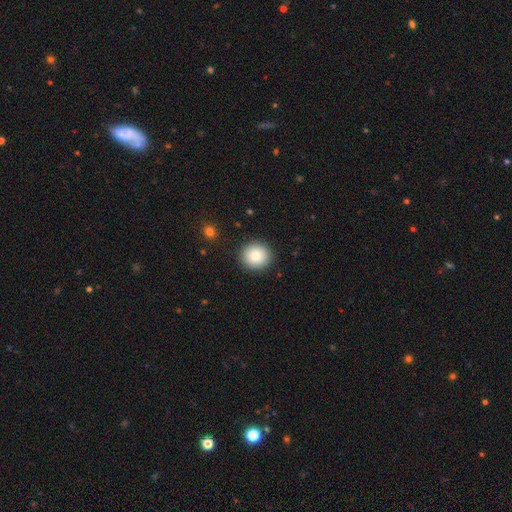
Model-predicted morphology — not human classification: Smooth or featured? Predicted: smooth (p=0.84). How rounded? Predicted: round (p=0.89). Merging? Predicted: none (p=0.91).